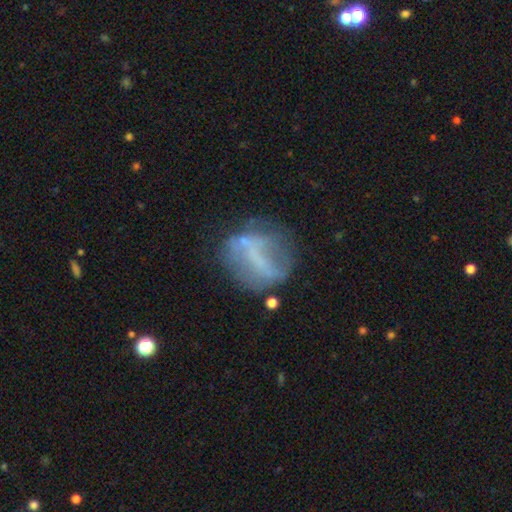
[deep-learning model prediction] A featured or disk galaxy (54%) with a strong bar (39%), no spiral arms (76%) and no central bulge (62%). Merging: none (51%).